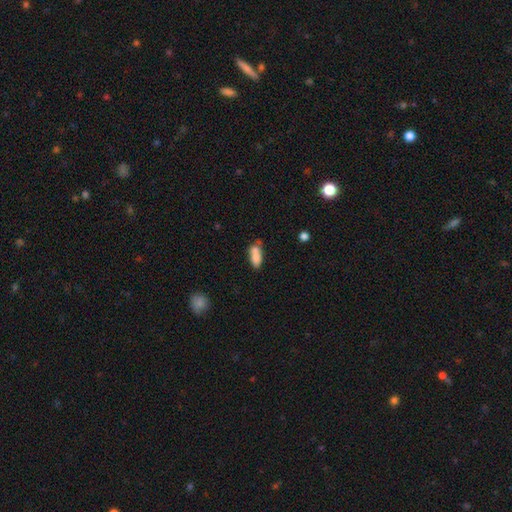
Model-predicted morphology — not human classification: Q: Smooth or featured?
A: smooth (76%); runner-up: featured or disk (15%)
Q: How rounded?
A: in between (79%); runner-up: cigar-shaped (17%)
Q: Merging?
A: none (37%); tied with: merger (37%)